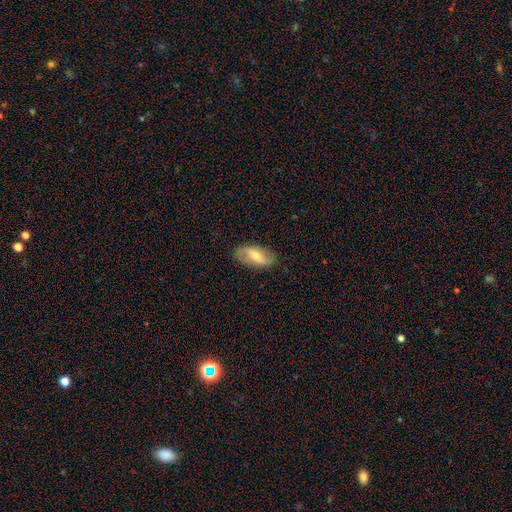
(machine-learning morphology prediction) Smooth or featured: featured or disk — 50% (smooth — 43%)
Edge-on disk: no — 88% (yes — 12%)
Merging: none — 82% (minor disturbance — 14%)